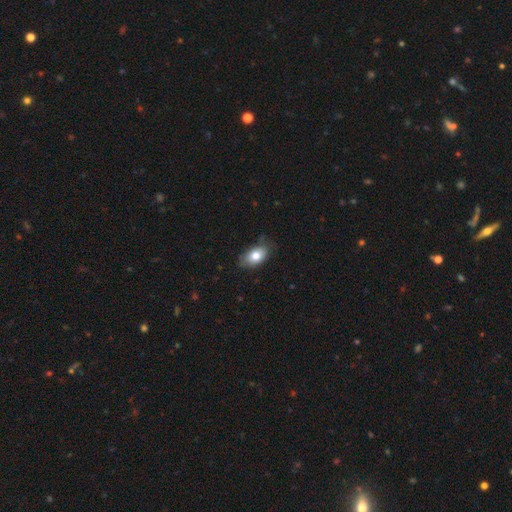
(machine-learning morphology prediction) A smooth galaxy with no disk features (79%) that is in between round and cigar-shaped (91%). Merging: none (74%).